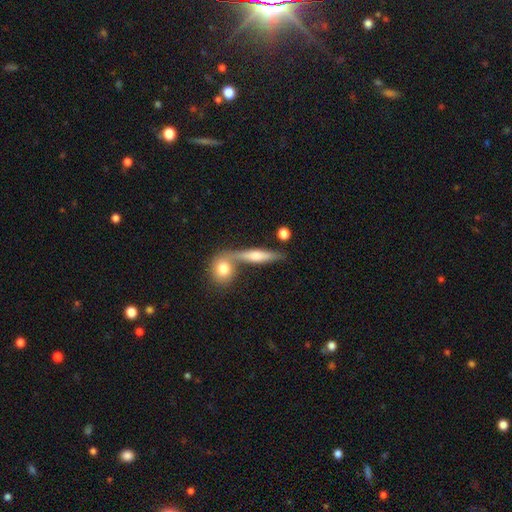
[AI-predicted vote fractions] Q: Smooth or featured?
A: featured or disk (56%); runner-up: smooth (35%)
Q: Edge-on disk?
A: yes (88%); runner-up: no (12%)
Q: Merging?
A: none (61%); runner-up: merger (25%)